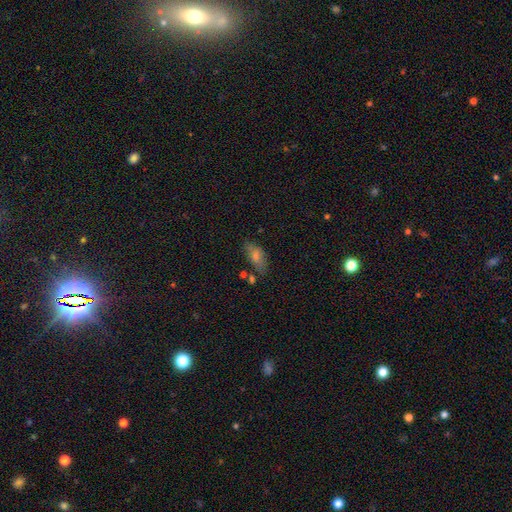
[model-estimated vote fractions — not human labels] The model was most divided on "smooth or featured": smooth: 60%, featured or disk: 23%, star or artifact: 17%. More confident: how rounded — in between (80%); merging — none (69%).